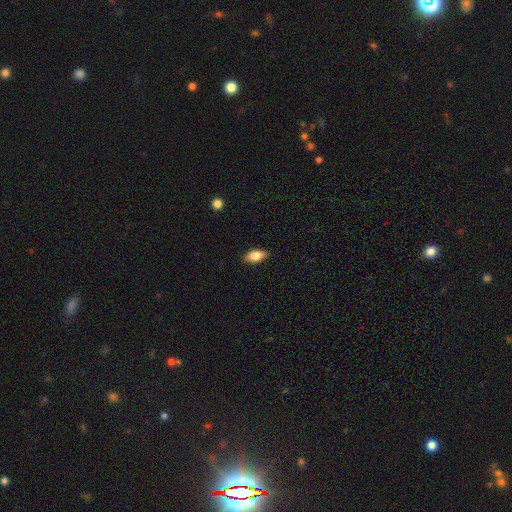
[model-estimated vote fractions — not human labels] smooth_or_featured: smooth (p=0.75) [alt: featured or disk p=0.18]
how_rounded: in between (p=0.86) [alt: cigar-shaped p=0.10]
merging: none (p=0.87) [alt: minor disturbance p=0.10]